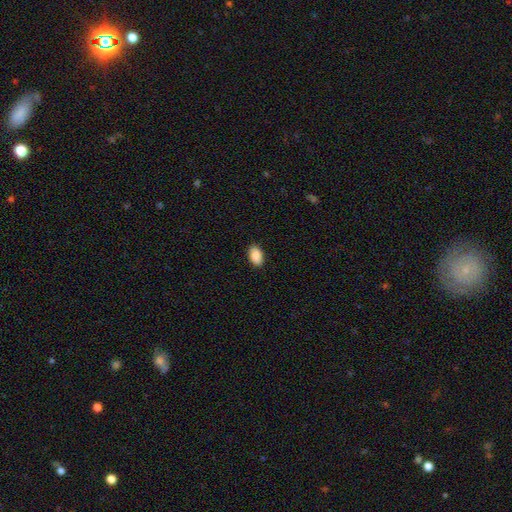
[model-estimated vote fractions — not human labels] This appears to be a smooth galaxy with no disk features (90%) that is in between round and cigar-shaped (92%). Merging: none (89%).